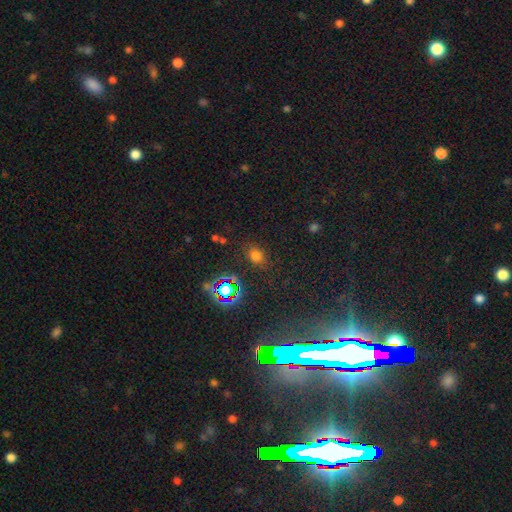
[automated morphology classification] Smooth or featured?
  - smooth: 65% *
  - star or artifact: 28%
  - featured or disk: 7%
How rounded?
  - in between: 51% *
  - round: 47%
  - cigar-shaped: 2%
Merging?
  - none: 81% *
  - minor disturbance: 12%
  - major disturbance: 4%
  - merger: 3%